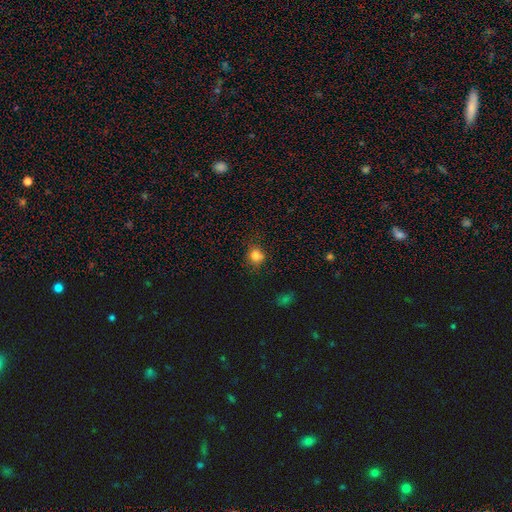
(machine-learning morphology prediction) Overall: smooth (80%). How rounded: round (80%). Merging: none (73%).